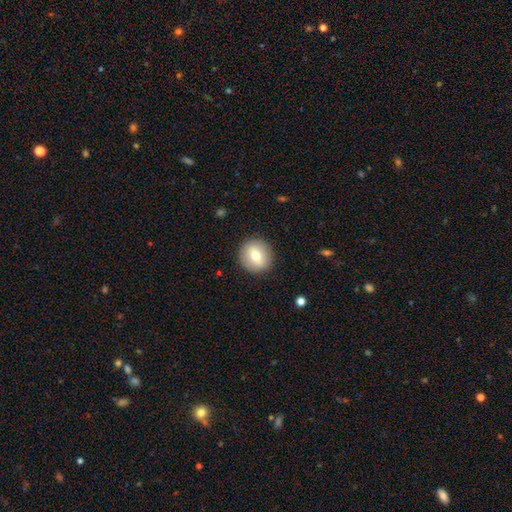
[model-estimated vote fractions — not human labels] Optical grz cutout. It shows a smooth galaxy with no disk features (67%) that is round (87%). Merging: none (89%).